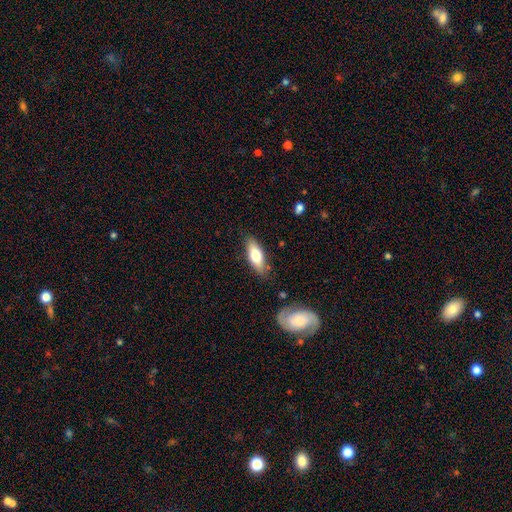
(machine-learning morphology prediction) A smooth galaxy with no disk features (66%) that is in between round and cigar-shaped (65%).

Vote fractions:
- Smooth or featured? smooth: 66% / featured or disk: 28% / star or artifact: 6%
- How rounded? in between: 65% / cigar-shaped: 33% / round: 3%
- Merging? none: 82% / minor disturbance: 13% / major disturbance: 3% / merger: 2%